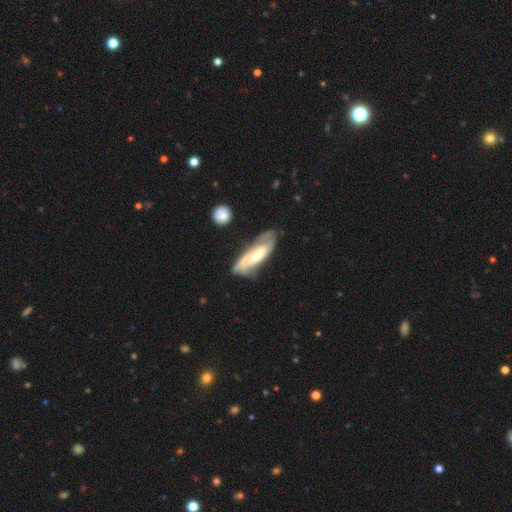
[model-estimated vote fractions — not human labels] Smooth or featured? Predicted: featured or disk (p=0.54). Edge-on disk? Predicted: no (p=0.75). Merging? Predicted: none (p=0.43).